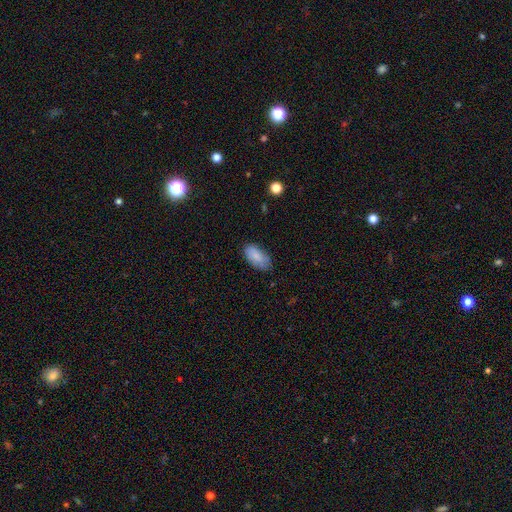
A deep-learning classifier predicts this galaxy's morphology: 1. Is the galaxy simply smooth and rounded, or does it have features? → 86% smooth, 8% featured or disk, 6% star or artifact.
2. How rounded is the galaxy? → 93% in between, 4% cigar-shaped, 2% round.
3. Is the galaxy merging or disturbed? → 75% none, 20% minor disturbance, 4% major disturbance, 1% merger.